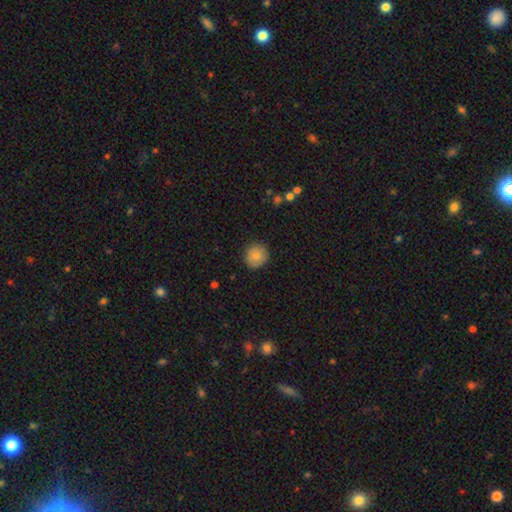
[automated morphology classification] Smooth or featured? smooth (83%)
How rounded? round (90%)
Merging? none (87%)